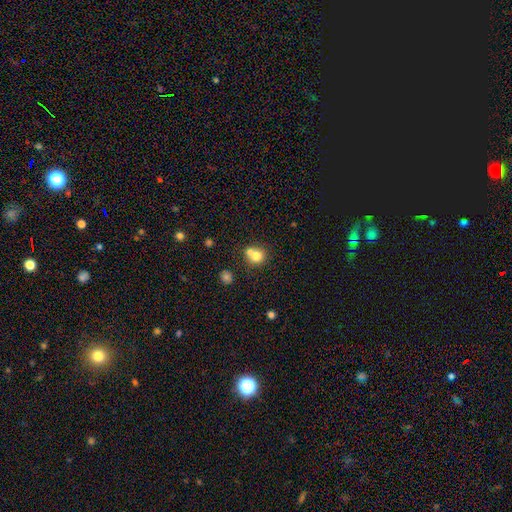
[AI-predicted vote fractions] A smooth galaxy with no disk features (74%) that is round (82%). Merging: merger (49%).